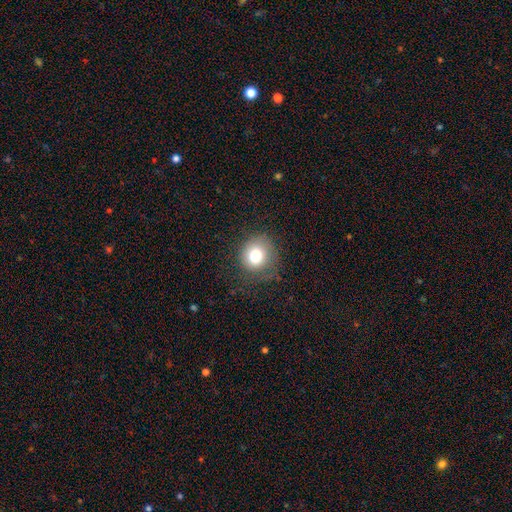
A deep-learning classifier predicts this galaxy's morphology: type=smooth (79%); roundness=round (85%); merging=none (72%).